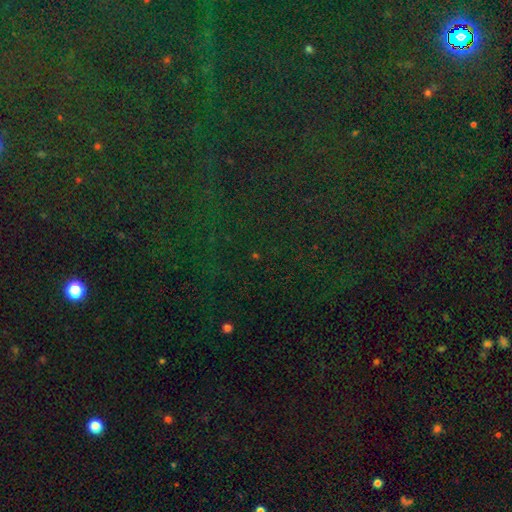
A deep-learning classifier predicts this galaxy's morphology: A star or artifact, not a galaxy (78%).

Vote fractions:
- Smooth or featured? star or artifact: 78% / smooth: 14% / featured or disk: 8%